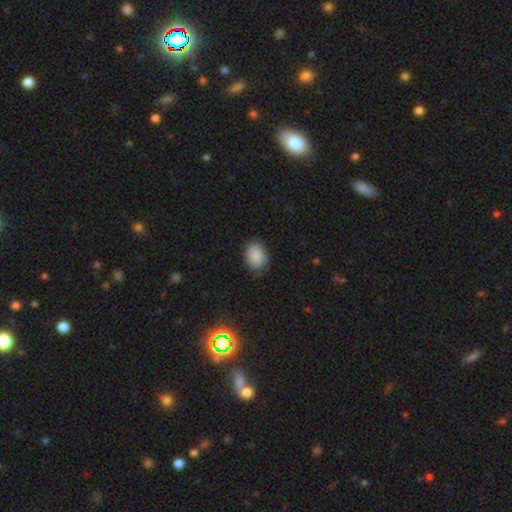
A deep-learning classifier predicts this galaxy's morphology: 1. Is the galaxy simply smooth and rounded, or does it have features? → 88% smooth, 8% star or artifact, 5% featured or disk.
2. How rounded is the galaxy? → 69% in between, 30% round, 1% cigar-shaped.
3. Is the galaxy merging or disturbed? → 75% none, 19% minor disturbance, 4% major disturbance, 1% merger.